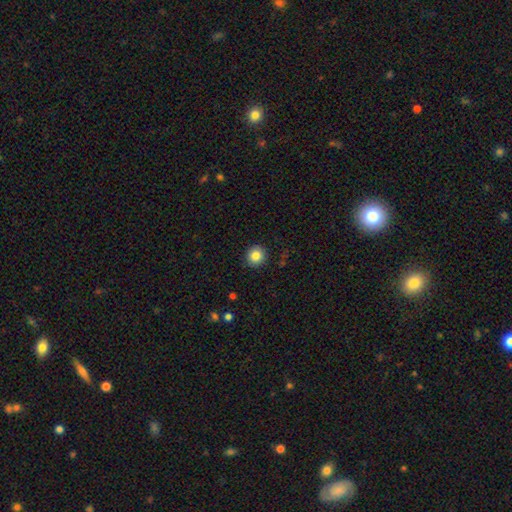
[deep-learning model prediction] Smooth or featured? Predicted: smooth (p=0.84). How rounded? Predicted: round (p=0.92). Merging? Predicted: none (p=0.91).